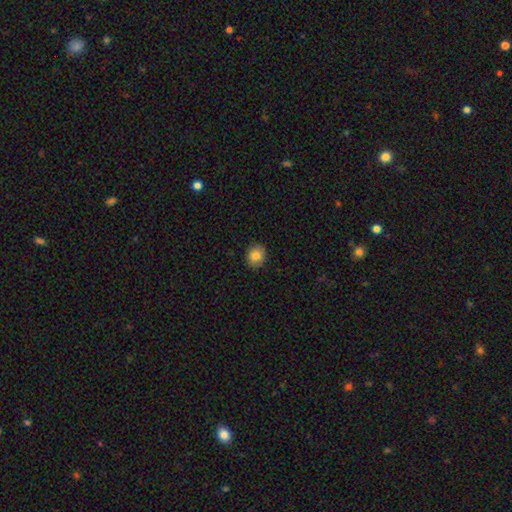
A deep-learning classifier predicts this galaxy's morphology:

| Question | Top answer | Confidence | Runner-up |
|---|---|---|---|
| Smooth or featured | smooth | 83% | star or artifact (9%) |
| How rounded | round | 71% | in between (28%) |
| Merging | none | 89% | minor disturbance (8%) |